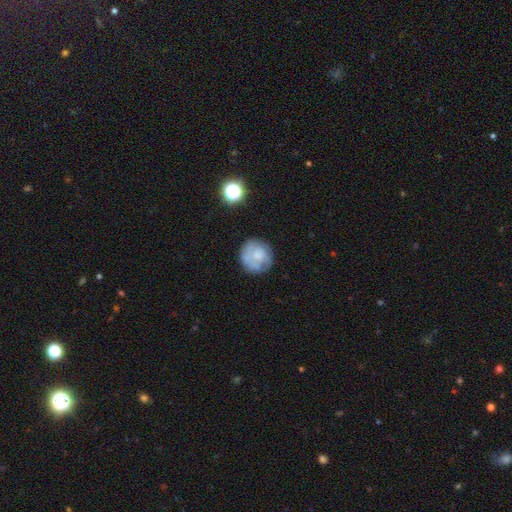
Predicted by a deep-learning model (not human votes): A smooth galaxy with no disk features (47%). Merging: none (72%).